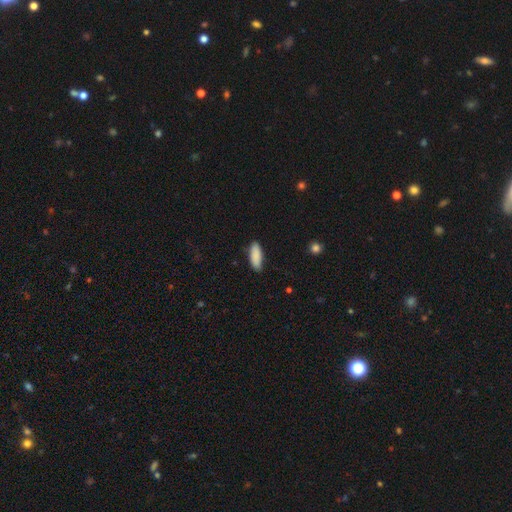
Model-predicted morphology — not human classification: Q: Smooth or featured?
A: smooth (89%); runner-up: star or artifact (6%)
Q: How rounded?
A: in between (70%); runner-up: cigar-shaped (28%)
Q: Merging?
A: none (84%); runner-up: minor disturbance (13%)